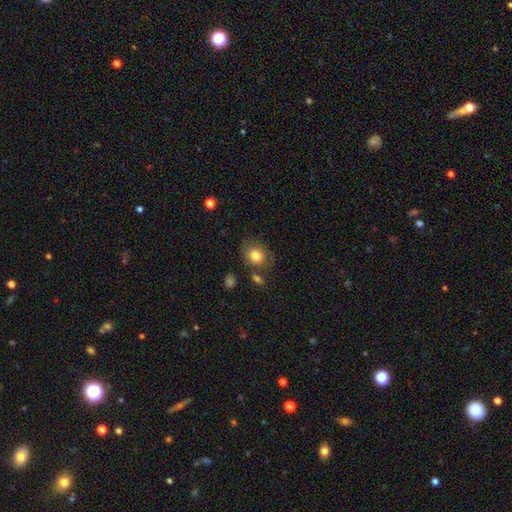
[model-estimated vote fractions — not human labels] This is clearly a smooth galaxy (80%). How rounded: possibly round (56%). Merging: likely none (70%).